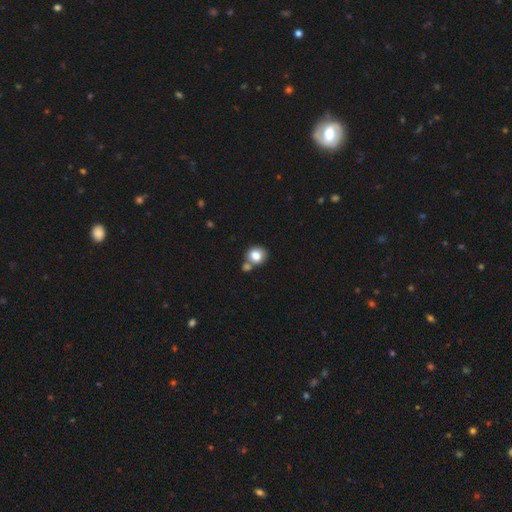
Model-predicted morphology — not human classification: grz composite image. It shows a smooth galaxy with no disk features (81%) that is round (74%). Merging: none (52%).